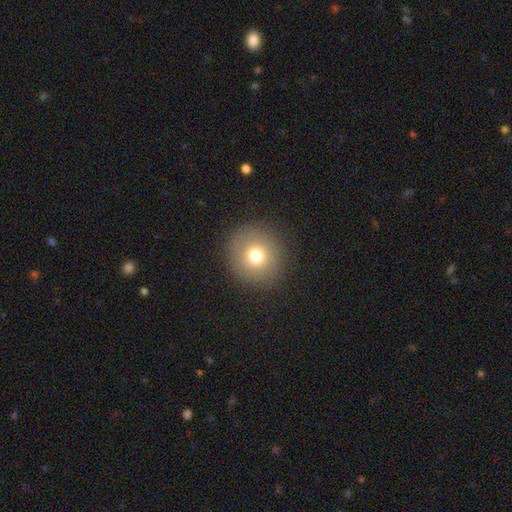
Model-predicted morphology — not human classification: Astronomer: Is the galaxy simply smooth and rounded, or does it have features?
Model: smooth — 75%.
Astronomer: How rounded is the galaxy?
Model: round — 93%.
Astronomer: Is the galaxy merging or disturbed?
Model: none — 89%.